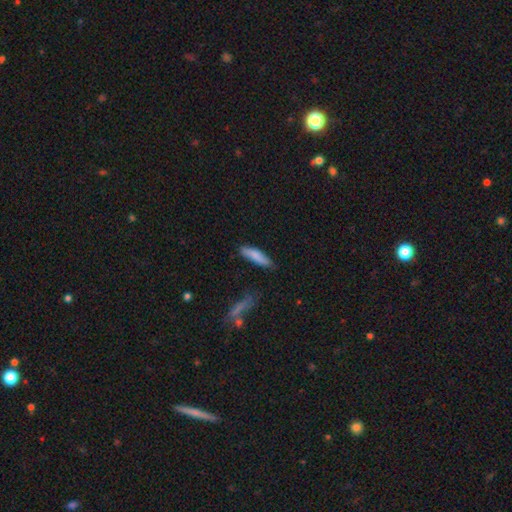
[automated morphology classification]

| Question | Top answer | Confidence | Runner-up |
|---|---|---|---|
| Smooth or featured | smooth | 81% | featured or disk (13%) |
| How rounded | cigar-shaped | 70% | in between (29%) |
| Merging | none | 76% | minor disturbance (18%) |